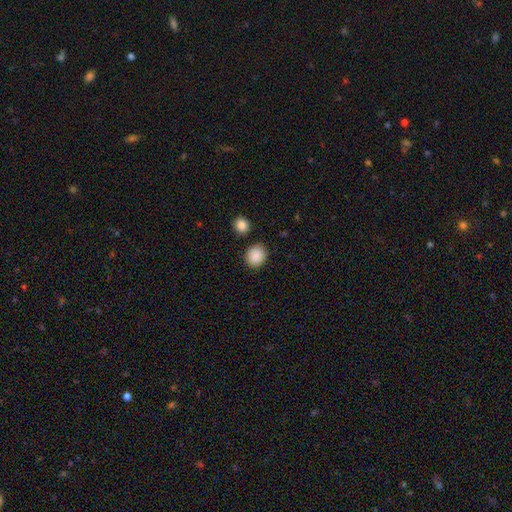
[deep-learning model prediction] Smooth or featured? smooth (89%)
How rounded? round (72%)
Merging? none (84%)